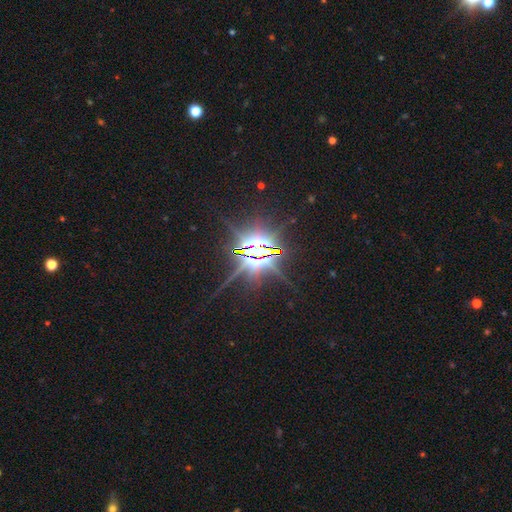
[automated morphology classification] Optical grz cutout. It shows a star or artifact, not a galaxy (82%).